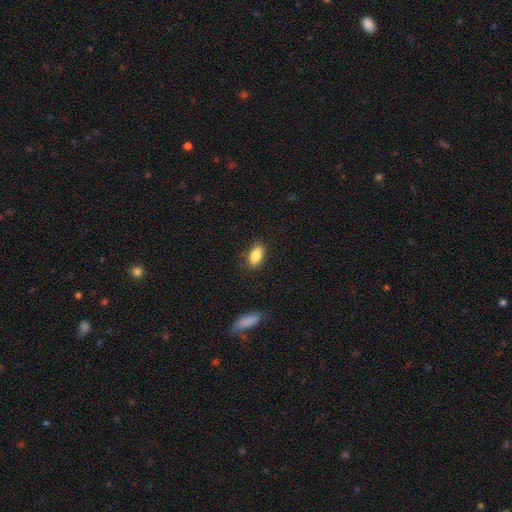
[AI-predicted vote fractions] smooth 85%, featured or disk 8%, star or artifact 7%. Down the decision tree: how rounded — in between (88%); merging — none (83%).